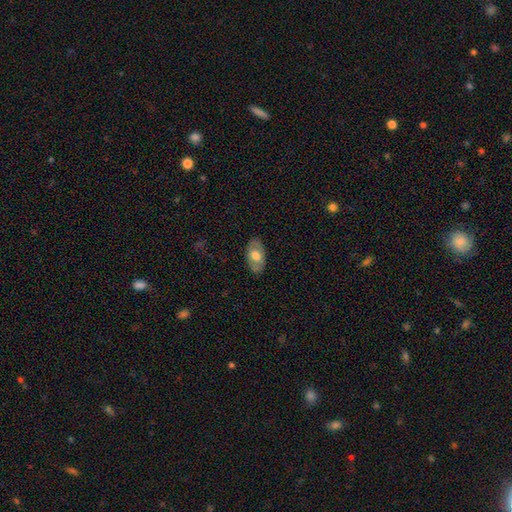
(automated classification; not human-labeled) This is possibly a smooth galaxy (59%). How rounded: clearly in between (92%). Merging: clearly none (83%).